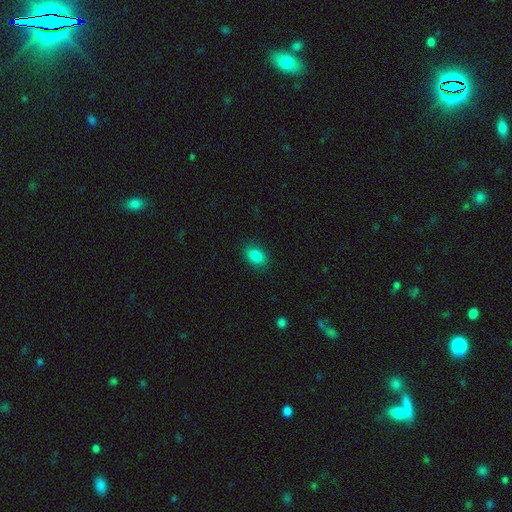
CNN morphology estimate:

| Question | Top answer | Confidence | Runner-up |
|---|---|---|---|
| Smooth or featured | smooth | 86% | star or artifact (9%) |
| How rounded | in between | 79% | round (20%) |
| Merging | none | 87% | minor disturbance (9%) |